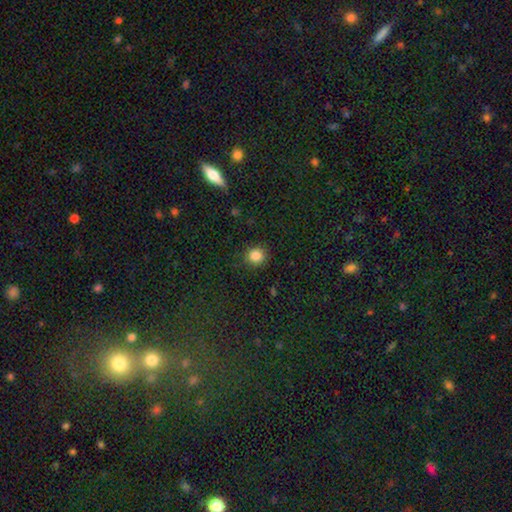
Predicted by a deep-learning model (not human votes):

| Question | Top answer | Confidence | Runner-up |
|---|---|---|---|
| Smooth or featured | smooth | 84% | star or artifact (11%) |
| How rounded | round | 93% | in between (6%) |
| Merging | none | 90% | minor disturbance (6%) |